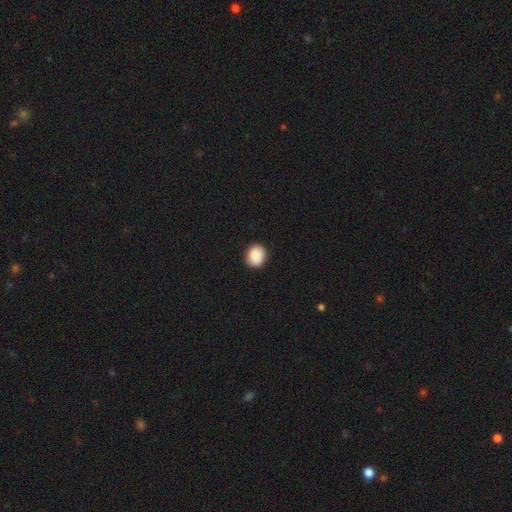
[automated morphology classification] A smooth galaxy with no disk features (89%) that is round (60%). Merging: none (90%).